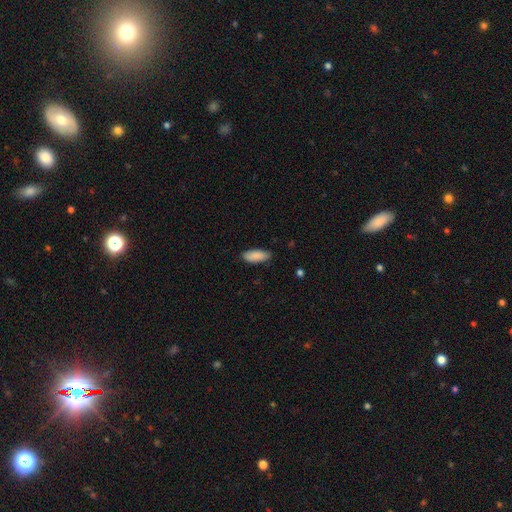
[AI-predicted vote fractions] Smooth or featured: smooth — 89% (star or artifact — 6%)
How rounded: in between — 78% (cigar-shaped — 20%)
Merging: none — 84% (minor disturbance — 13%)